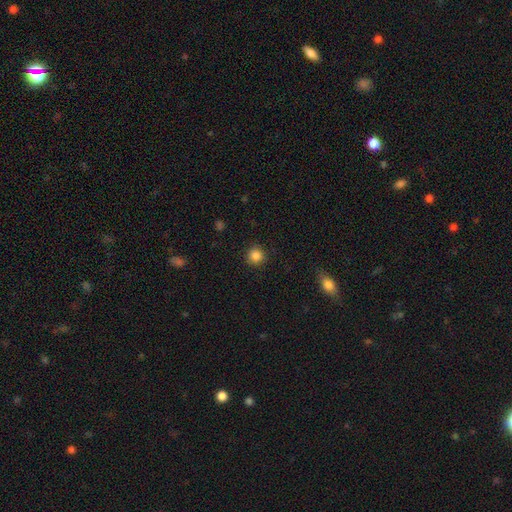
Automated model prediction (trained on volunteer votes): A smooth galaxy with no disk features (85%) that is round (94%).

Vote fractions:
- Smooth or featured? smooth: 85% / star or artifact: 11% / featured or disk: 4%
- How rounded? round: 94% / in between: 5% / cigar-shaped: 1%
- Merging? none: 91% / minor disturbance: 6% / major disturbance: 2% / merger: 1%